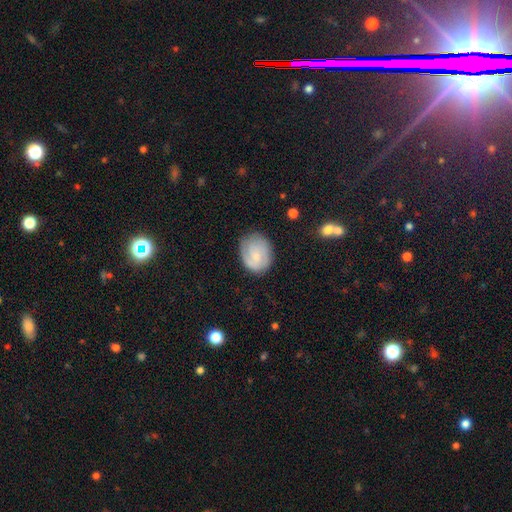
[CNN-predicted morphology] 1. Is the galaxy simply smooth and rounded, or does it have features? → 54% featured or disk, 39% smooth, 7% star or artifact.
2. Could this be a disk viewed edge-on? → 97% no, 3% yes.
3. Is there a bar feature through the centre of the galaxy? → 65% no, 31% weak, 4% strong.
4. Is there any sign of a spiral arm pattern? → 87% yes, 13% no.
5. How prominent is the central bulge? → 68% small, 23% moderate, 7% none, 2% large, 1% dominant.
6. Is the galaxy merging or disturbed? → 75% none, 18% minor disturbance, 6% major disturbance, 1% merger.